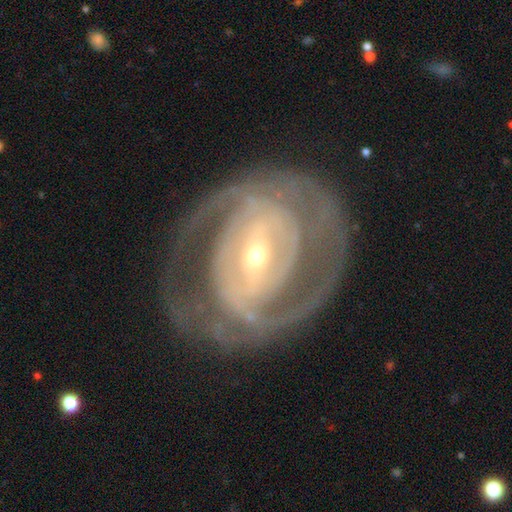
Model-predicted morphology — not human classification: This appears to be a featured or disk galaxy (87%) with a strong bar (51%), 2 (41%) tight (68%) spiral arms (87%) and a small central bulge (63%). Merging: none (73%).